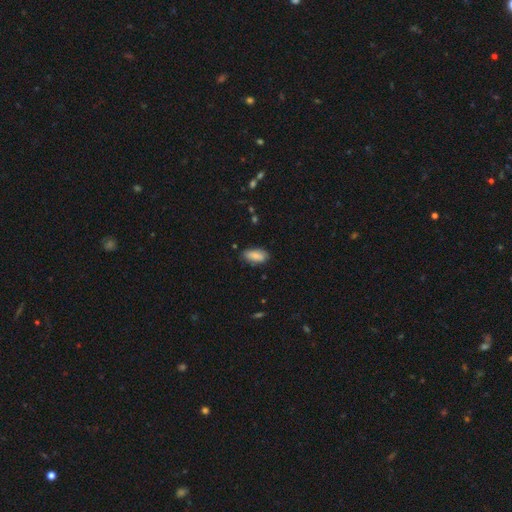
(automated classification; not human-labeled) Smooth or featured? smooth (83%)
How rounded? in between (88%)
Merging? none (74%)